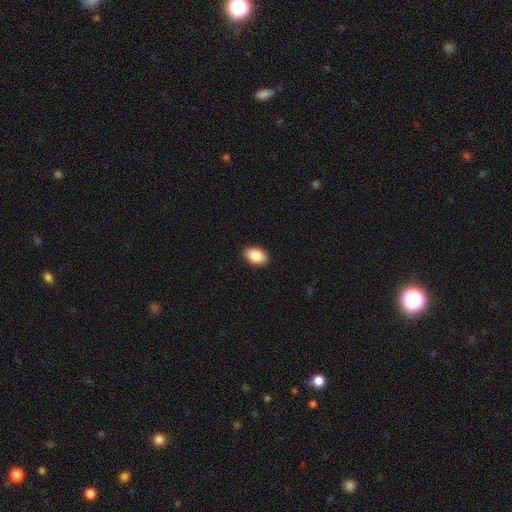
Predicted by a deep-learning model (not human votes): This appears to be a smooth galaxy with no disk features (87%) that is in between round and cigar-shaped (90%). Merging: none (90%).